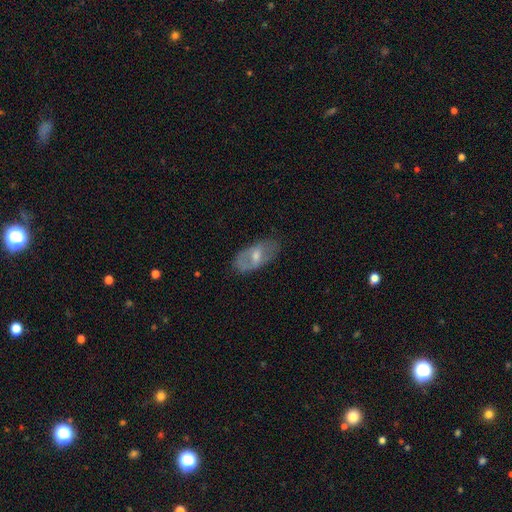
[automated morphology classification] Smooth or featured?
  - featured or disk: 53% *
  - smooth: 39%
  - star or artifact: 8%
Edge-on disk?
  - no: 87% *
  - yes: 13%
Merging?
  - none: 73% *
  - minor disturbance: 19%
  - major disturbance: 7%
  - merger: 2%